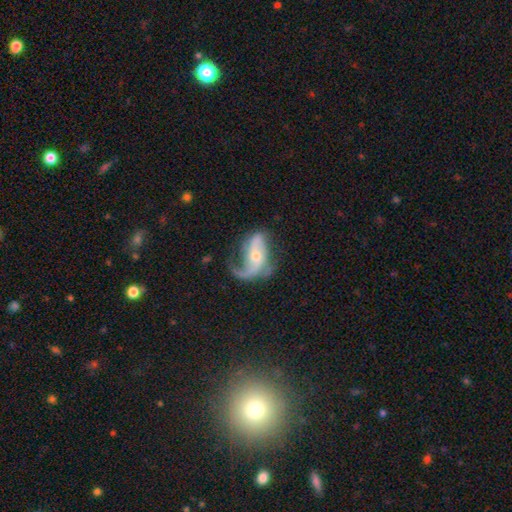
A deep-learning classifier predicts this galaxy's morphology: Smooth or featured? featured or disk (83%)
Edge-on disk? no (96%)
Bar? no (49%)
Spiral arms? yes (93%)
Spiral winding? loose (63%)
Spiral arm count? 2 (63%)
Bulge size? moderate (48%)
Merging? none (44%)